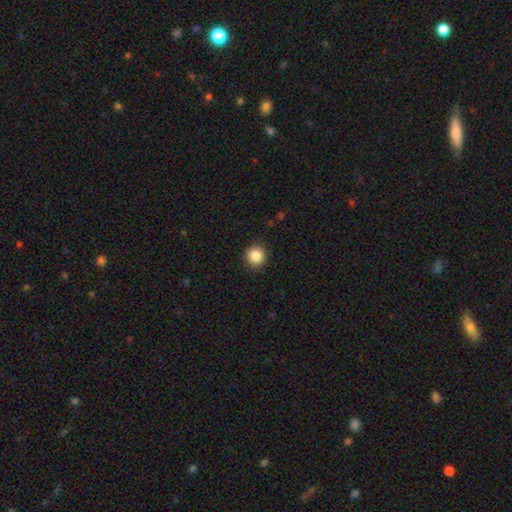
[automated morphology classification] The model was most divided on "smooth or featured": smooth: 87%, star or artifact: 9%, featured or disk: 4%. More confident: how rounded — round (93%); merging — none (91%).